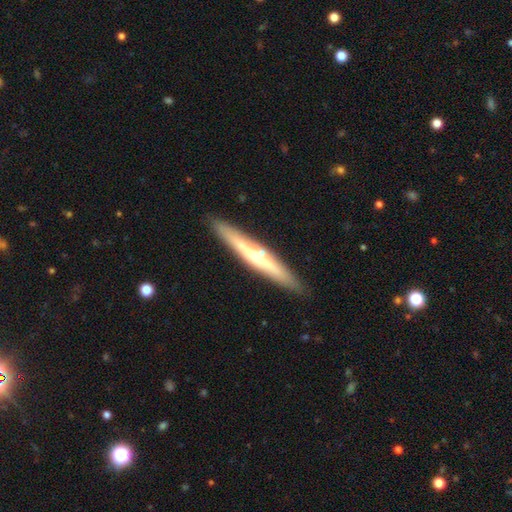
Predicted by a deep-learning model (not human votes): The model was most divided on "smooth or featured": featured or disk: 66%, smooth: 28%, star or artifact: 6%. More confident: edge-on disk — yes (93%); merging — none (90%); edge-on bulge — rounded (79%).